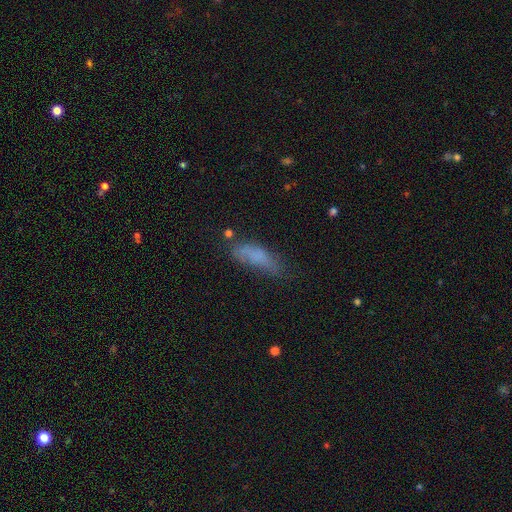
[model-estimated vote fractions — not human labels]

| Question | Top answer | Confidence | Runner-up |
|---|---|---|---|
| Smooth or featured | smooth | 70% | featured or disk (19%) |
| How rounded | in between | 56% | cigar-shaped (41%) |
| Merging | none | 46% | minor disturbance (31%) |